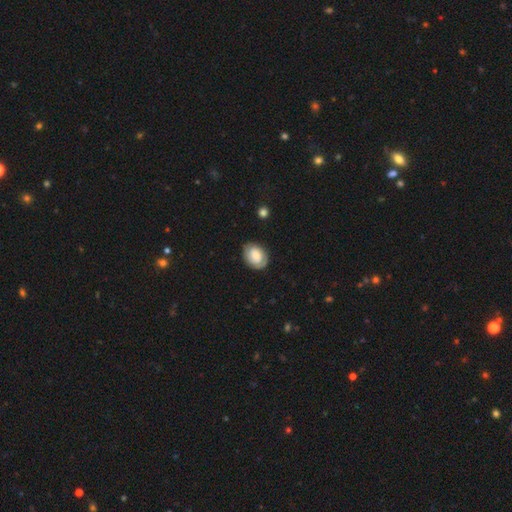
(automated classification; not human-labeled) This is likely a smooth galaxy (63%). How rounded: likely in between (75%). Merging: likely none (77%).